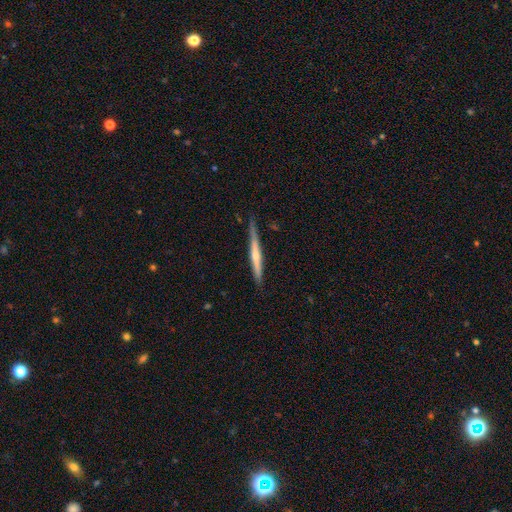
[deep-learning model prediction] Smooth or featured? featured or disk (56%)
Edge-on disk? yes (97%)
Edge-on bulge? rounded (60%)
Merging? none (82%)